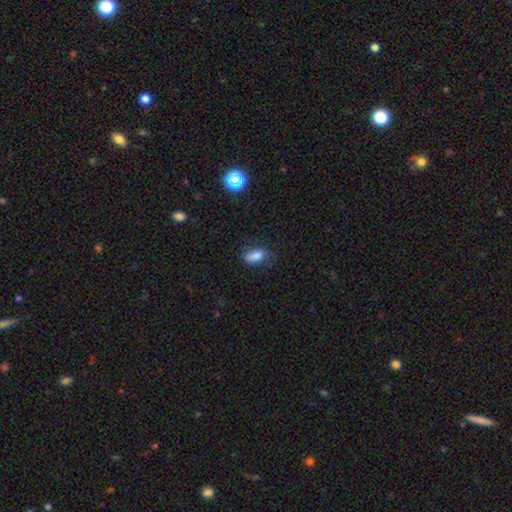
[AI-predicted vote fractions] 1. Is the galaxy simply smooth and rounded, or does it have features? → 82% smooth, 10% star or artifact, 8% featured or disk.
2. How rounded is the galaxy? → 83% in between, 11% cigar-shaped, 6% round.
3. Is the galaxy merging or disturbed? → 66% none, 25% minor disturbance, 8% major disturbance, 2% merger.